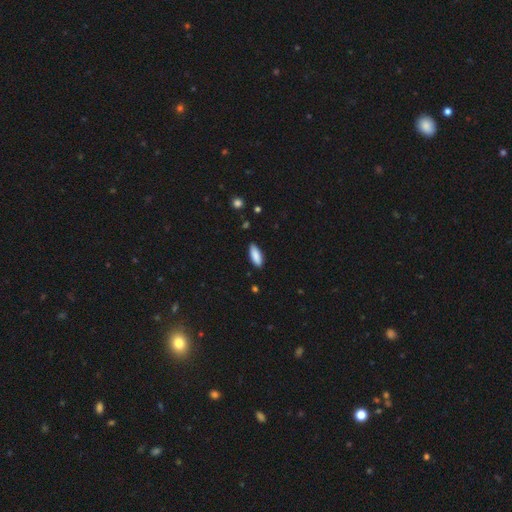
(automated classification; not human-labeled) Morphology: type=smooth (88%); roundness=in between (73%); merging=none (86%).